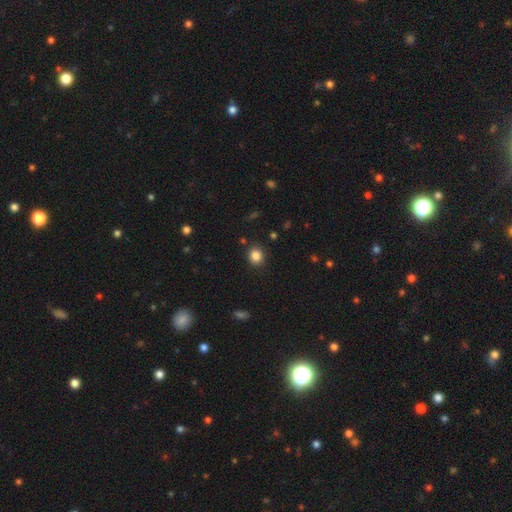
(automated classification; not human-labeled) smooth-or-featured: smooth: 84% | star or artifact: 11% | featured or disk: 5%
  how-rounded: round: 79% | in between: 21% | cigar-shaped: 1%
  merging: none: 89% | minor disturbance: 7% | major disturbance: 2% | merger: 2%